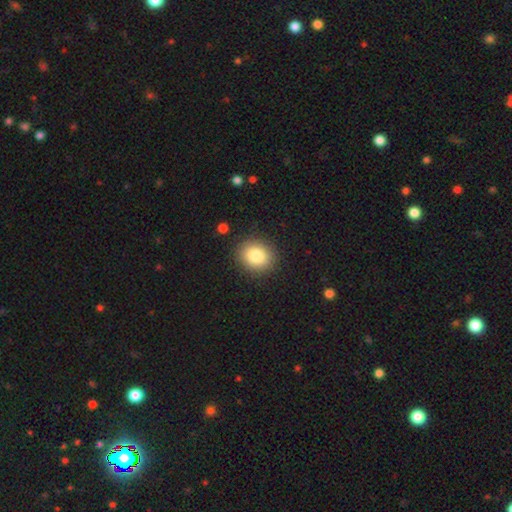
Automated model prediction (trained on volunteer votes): smooth 83%, star or artifact 9%, featured or disk 7%. Down the decision tree: how rounded — round (73%); merging — none (89%).